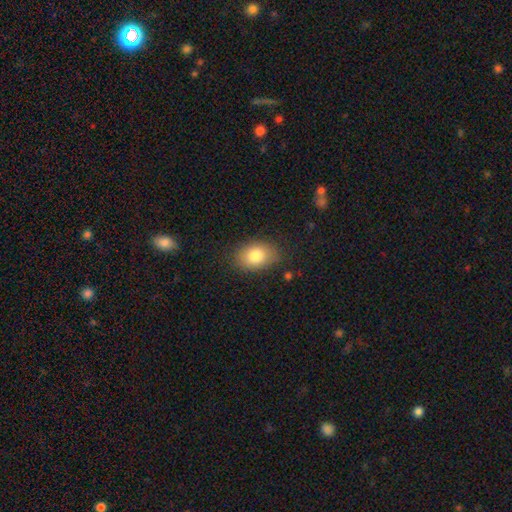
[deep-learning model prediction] This is clearly a smooth galaxy (82%). How rounded: likely in between (80%). Merging: clearly none (82%).